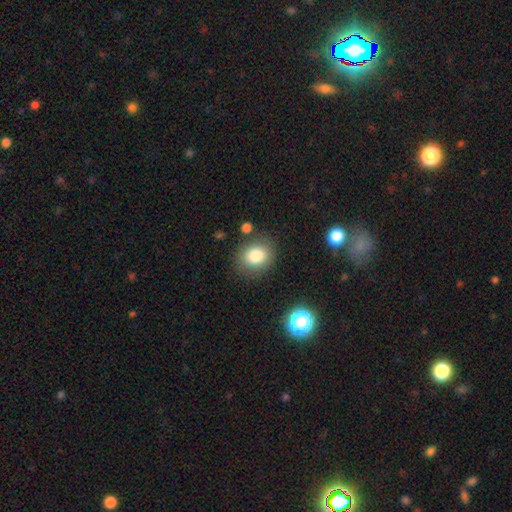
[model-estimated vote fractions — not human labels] The model was most divided on "how rounded": round: 65%, in between: 34%, cigar-shaped: 1%. More confident: smooth or featured — smooth (82%); merging — none (81%).